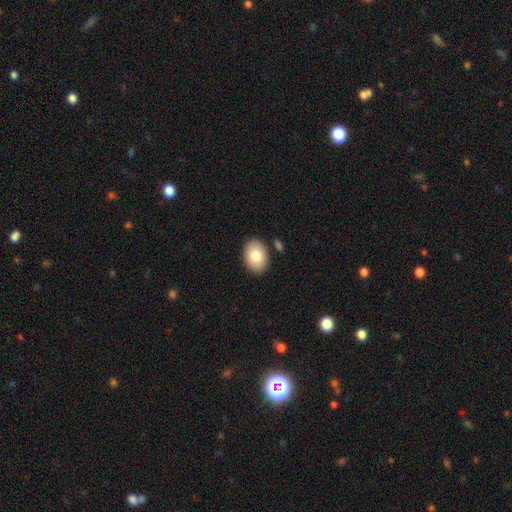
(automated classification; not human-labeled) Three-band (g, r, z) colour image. It shows a smooth galaxy with no disk features (83%) that is in between round and cigar-shaped (77%). Merging: none (86%).